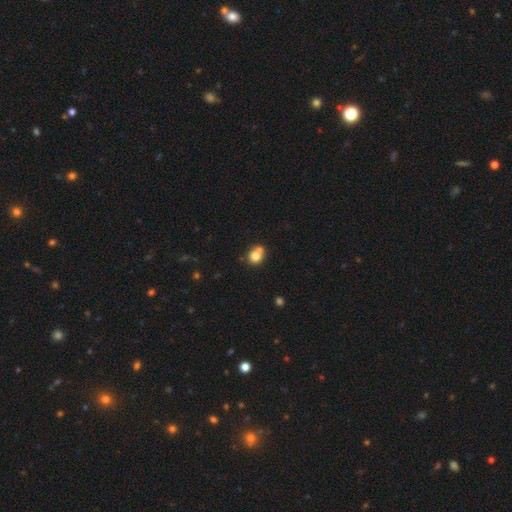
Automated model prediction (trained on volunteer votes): This is likely a smooth galaxy (77%). How rounded: likely round (72%). Merging: possibly none (47%).